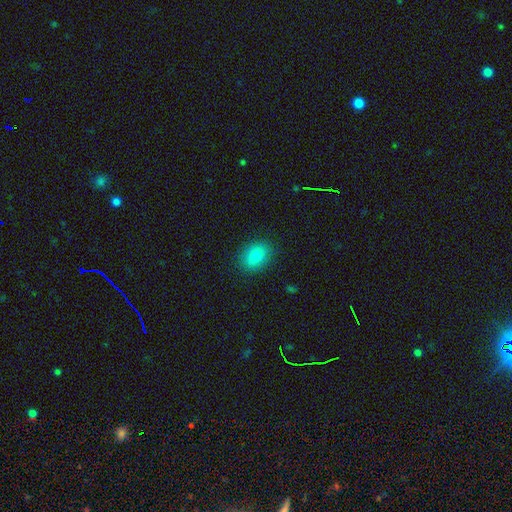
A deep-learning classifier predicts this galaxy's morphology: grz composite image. It shows a smooth galaxy with no disk features (82%) that is in between round and cigar-shaped (70%). Merging: none (86%).